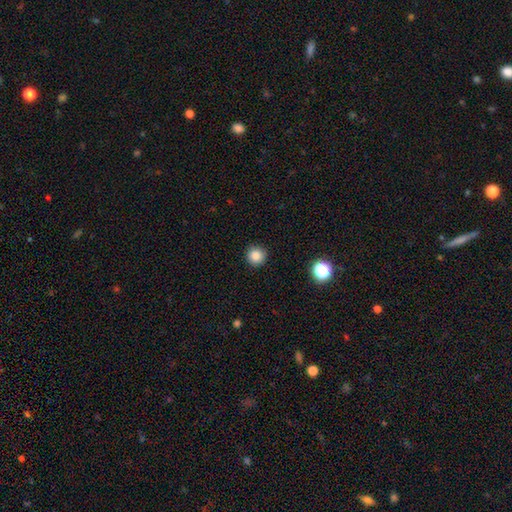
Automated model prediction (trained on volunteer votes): Smooth or featured?
  - smooth: 84% *
  - star or artifact: 12%
  - featured or disk: 4%
How rounded?
  - round: 96% *
  - in between: 4%
  - cigar-shaped: 1%
Merging?
  - none: 93% *
  - minor disturbance: 5%
  - major disturbance: 2%
  - merger: 1%